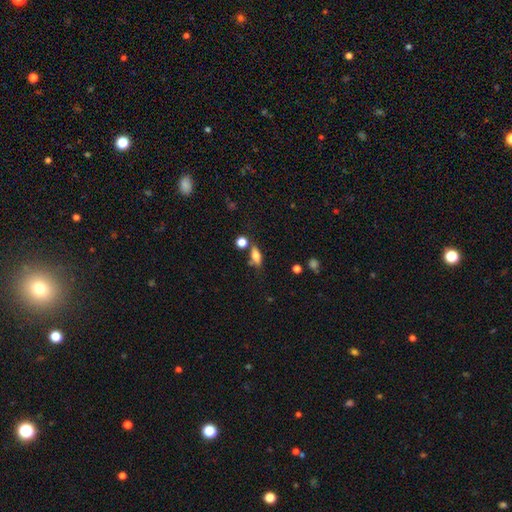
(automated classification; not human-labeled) Overall: smooth (70%). How rounded: in between (72%). Merging: none (64%).